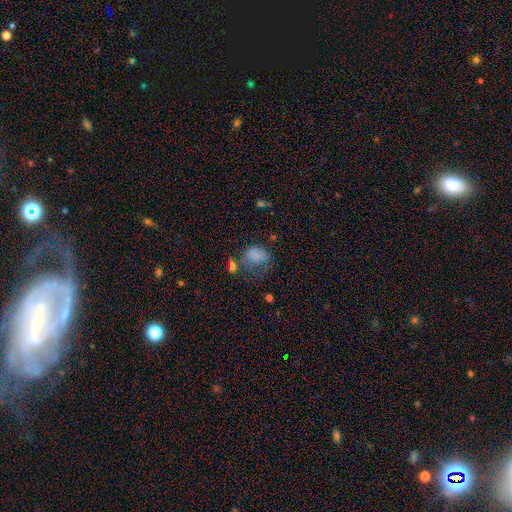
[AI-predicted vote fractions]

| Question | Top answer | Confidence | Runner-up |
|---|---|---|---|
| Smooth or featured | smooth | 76% | featured or disk (12%) |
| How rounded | in between | 66% | round (32%) |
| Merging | major disturbance | 35% | none (29%) |